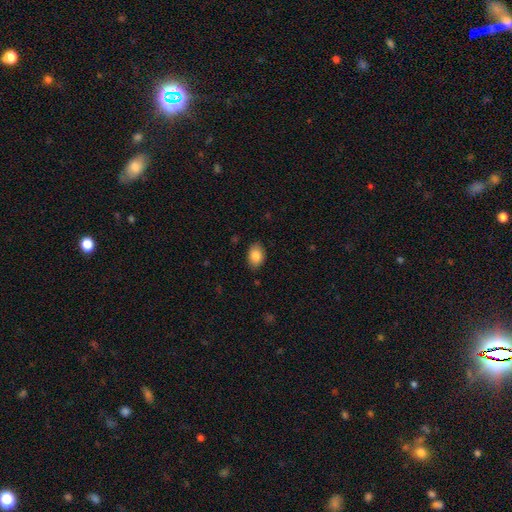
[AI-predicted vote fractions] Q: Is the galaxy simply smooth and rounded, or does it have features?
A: smooth — 87%.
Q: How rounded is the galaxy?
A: in between — 86%.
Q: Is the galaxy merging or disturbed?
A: none — 84%.